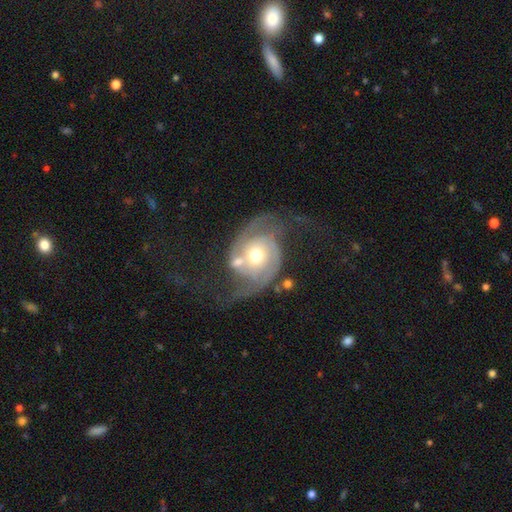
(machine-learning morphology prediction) Overall: featured or disk (86%). Edge-on disk: no (97%). Bar: no (69%). Spiral arms: yes (95%). Spiral arm count: 2 (88%). Spiral winding: medium (43%; loose 34%). Bulge size: moderate (71%). Merging: none (48%; major disturbance 22%).